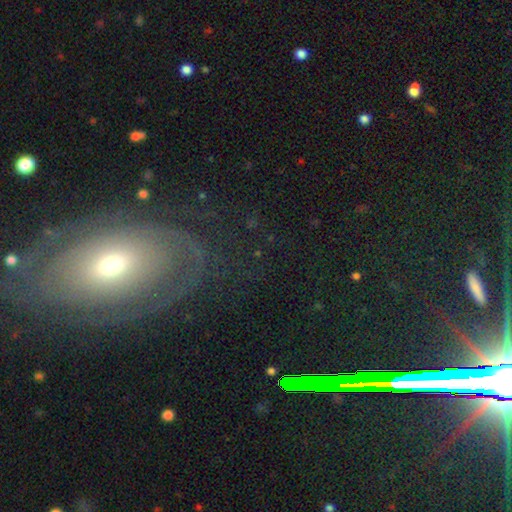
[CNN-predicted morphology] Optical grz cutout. It shows a featured or disk galaxy (44%). Merging: none (72%).